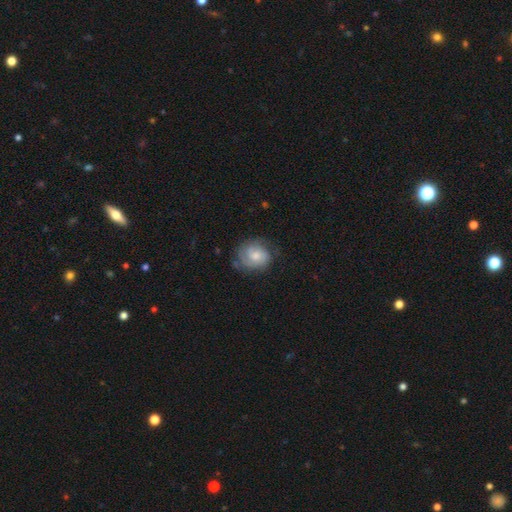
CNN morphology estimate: This is likely a featured or disk galaxy (61%). It is clearly not viewed edge-on (98%). Bar: likely no (66%). Spiral arm pattern: clearly yes (89%). Spiral arm count: possibly 2 (50%). Spiral winding: possibly tight (57%). Central bulge: possibly moderate (50%). Merging: likely none (65%).